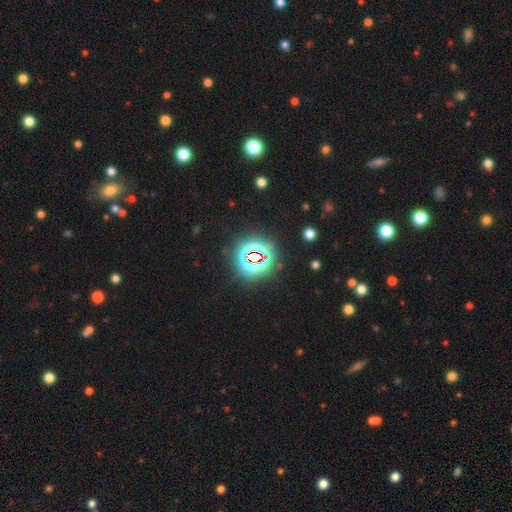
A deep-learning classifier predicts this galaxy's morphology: A star or artifact, not a galaxy (77%).